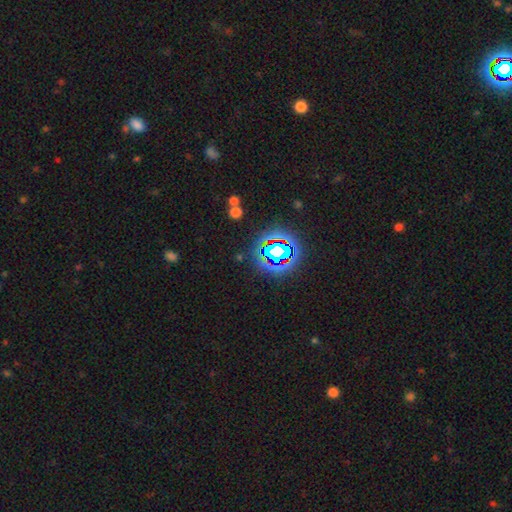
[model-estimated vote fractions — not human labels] A star or artifact, not a galaxy (78%).

Vote fractions:
- Smooth or featured? star or artifact: 78% / smooth: 14% / featured or disk: 9%